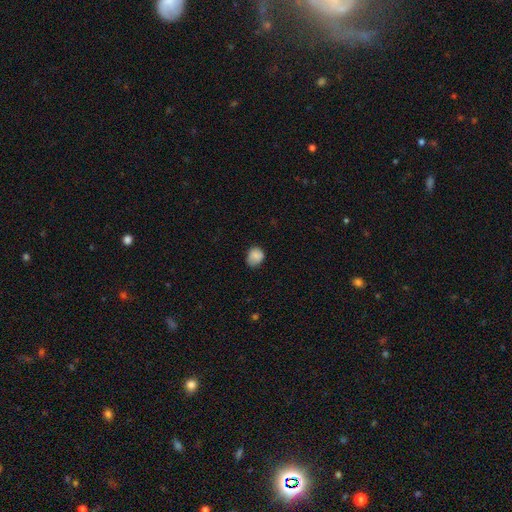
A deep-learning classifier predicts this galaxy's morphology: Smooth or featured: smooth — 83% (star or artifact — 9%)
How rounded: round — 66% (in between — 33%)
Merging: none — 69% (minor disturbance — 25%)